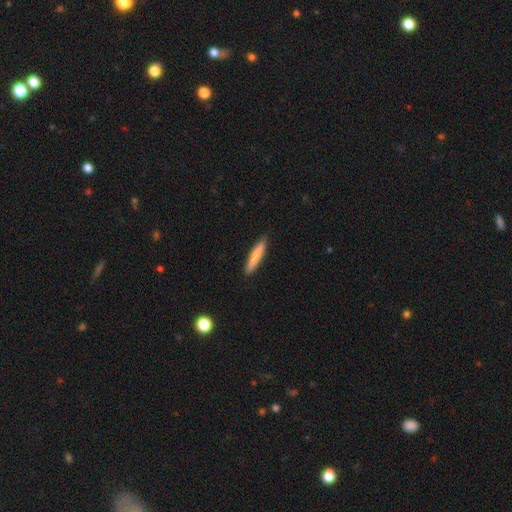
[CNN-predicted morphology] smooth-or-featured: smooth: 79% | featured or disk: 16% | star or artifact: 5%
  how-rounded: cigar-shaped: 90% | in between: 8% | round: 1%
  merging: none: 88% | minor disturbance: 9% | major disturbance: 2% | merger: 1%